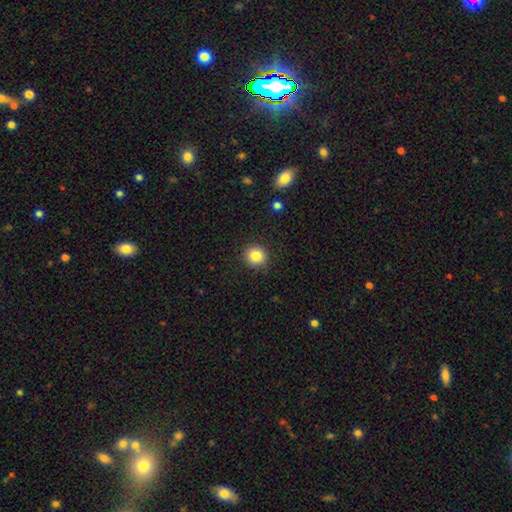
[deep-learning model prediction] Smooth or featured? smooth (85%)
How rounded? round (88%)
Merging? none (90%)